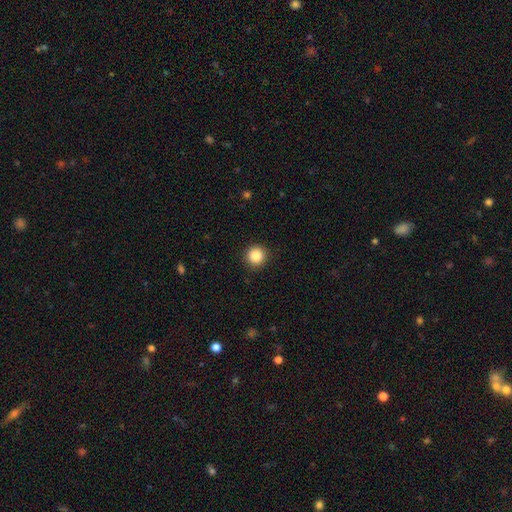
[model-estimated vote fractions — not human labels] Morphology: type=smooth (86%); roundness=round (95%); merging=none (92%).